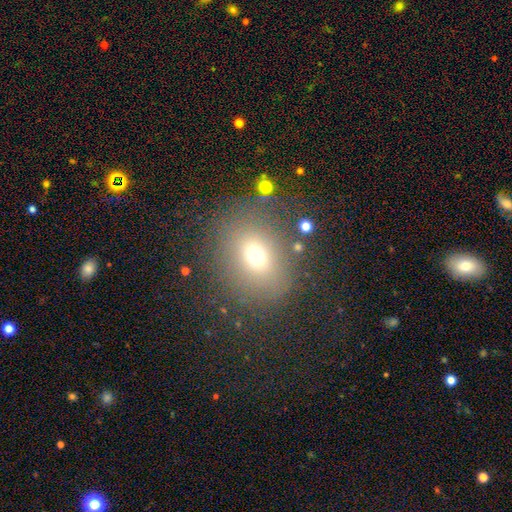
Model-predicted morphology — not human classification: A smooth galaxy with no disk features (67%) that is round (64%).

Vote fractions:
- Smooth or featured? smooth: 67% / star or artifact: 20% / featured or disk: 12%
- How rounded? round: 64% / in between: 35% / cigar-shaped: 1%
- Merging? none: 77% / minor disturbance: 12% / major disturbance: 8% / merger: 4%